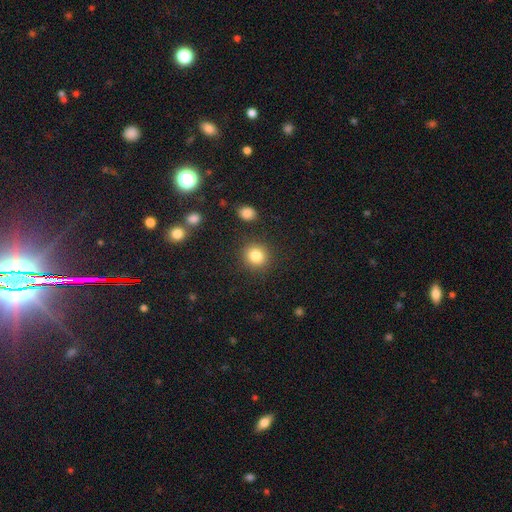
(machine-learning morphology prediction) Smooth or featured?
  - smooth: 83% *
  - star or artifact: 11%
  - featured or disk: 6%
How rounded?
  - round: 86% *
  - in between: 13%
  - cigar-shaped: 1%
Merging?
  - none: 87% *
  - minor disturbance: 7%
  - major disturbance: 3%
  - merger: 3%